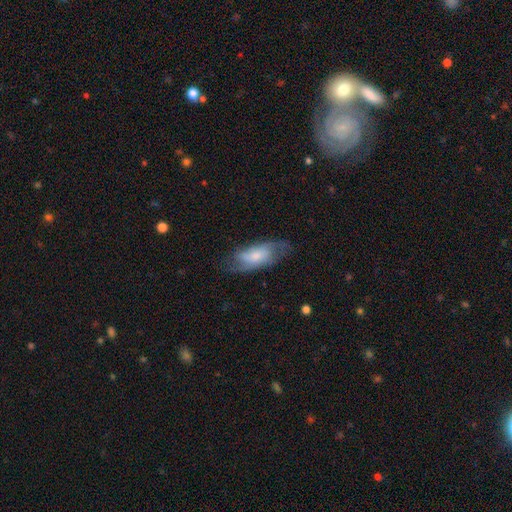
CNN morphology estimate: A featured or disk galaxy (56%) with no bar (67%), spiral arms (86%) and a moderate central bulge (40%). Merging: none (62%).